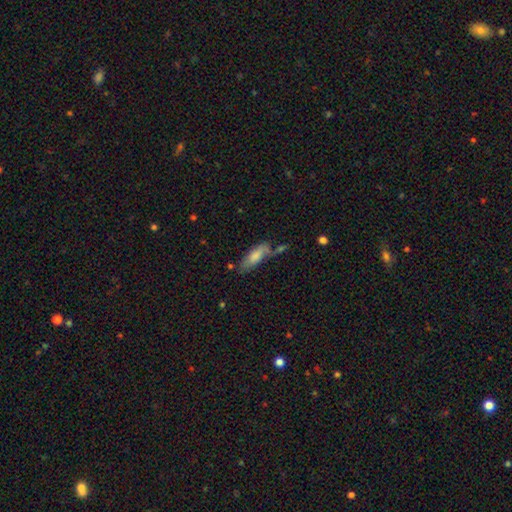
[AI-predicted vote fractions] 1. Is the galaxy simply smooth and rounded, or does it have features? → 74% smooth, 19% featured or disk, 7% star or artifact.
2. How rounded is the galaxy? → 60% in between, 38% cigar-shaped, 2% round.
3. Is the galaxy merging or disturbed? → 48% none, 25% minor disturbance, 17% merger, 10% major disturbance.